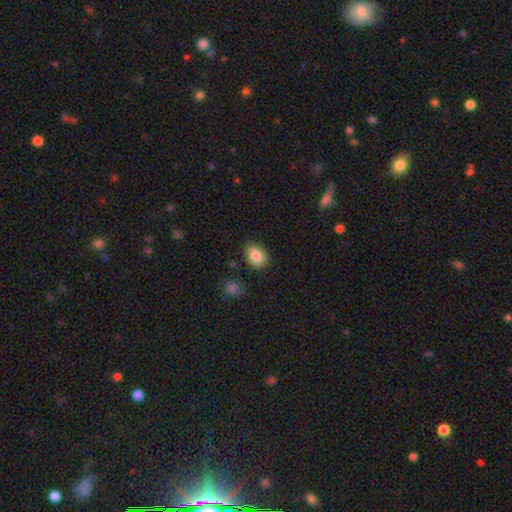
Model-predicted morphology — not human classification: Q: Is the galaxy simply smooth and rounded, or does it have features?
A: smooth — 87%.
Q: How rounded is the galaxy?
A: in between — 62%.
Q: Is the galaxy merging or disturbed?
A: none — 85%.